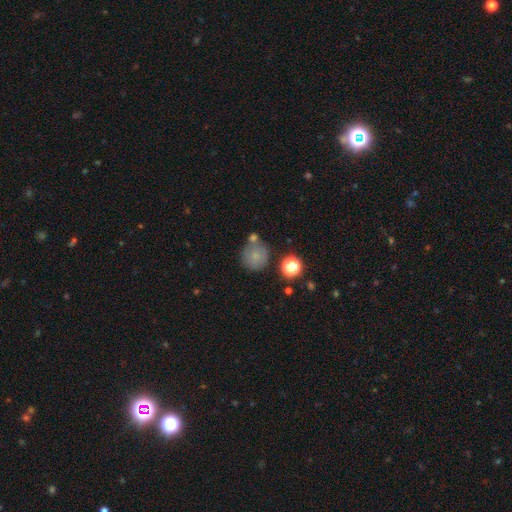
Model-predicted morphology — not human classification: This appears to be a smooth galaxy with no disk features (75%) that is round (89%). Merging: none (59%).